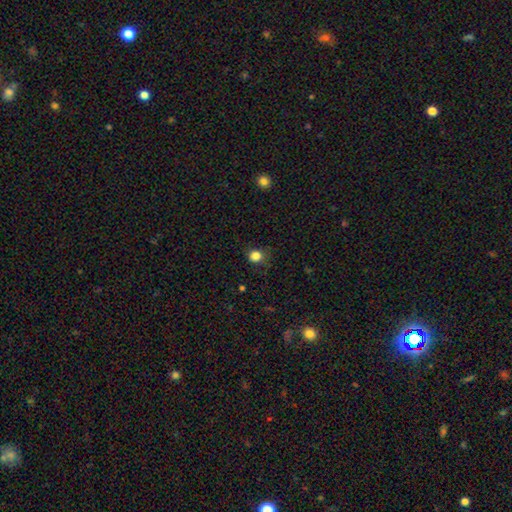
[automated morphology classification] type=smooth (83%); roundness=round (80%); merging=none (80%).